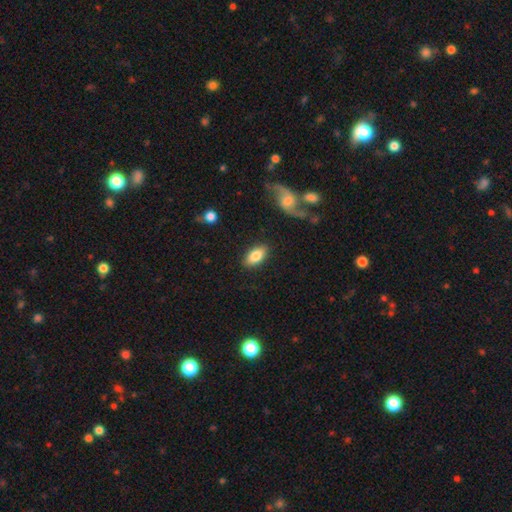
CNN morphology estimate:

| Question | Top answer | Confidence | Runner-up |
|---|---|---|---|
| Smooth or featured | smooth | 79% | featured or disk (14%) |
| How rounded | in between | 91% | cigar-shaped (5%) |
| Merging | none | 86% | minor disturbance (10%) |